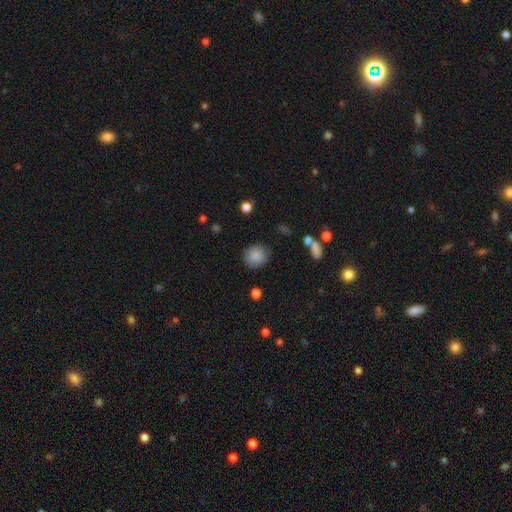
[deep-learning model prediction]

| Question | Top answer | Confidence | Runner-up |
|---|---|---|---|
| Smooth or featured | smooth | 86% | star or artifact (8%) |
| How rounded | round | 83% | in between (16%) |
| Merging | none | 85% | minor disturbance (10%) |